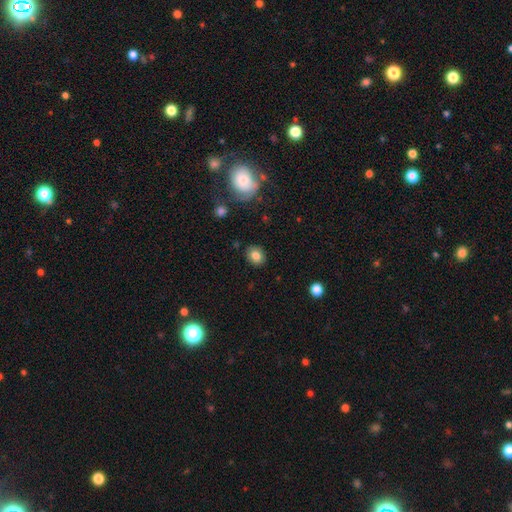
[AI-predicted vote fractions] The model was most divided on "how rounded": round: 58%, in between: 41%, cigar-shaped: 1%. More confident: merging — none (87%); smooth or featured — smooth (80%).